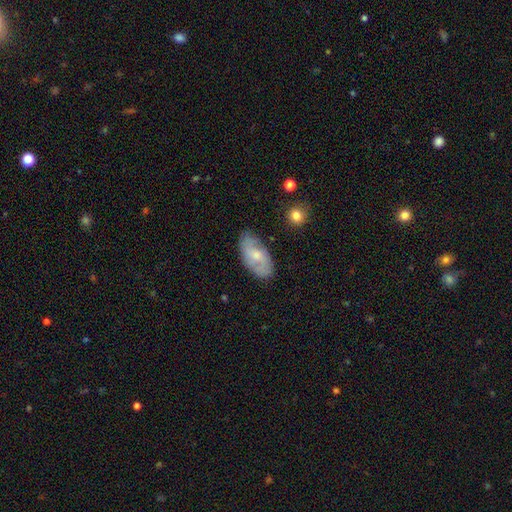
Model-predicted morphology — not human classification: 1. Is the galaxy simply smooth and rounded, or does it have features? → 49% featured or disk, 44% smooth, 7% star or artifact.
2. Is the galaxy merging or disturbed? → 73% none, 21% minor disturbance, 5% major disturbance, 2% merger.